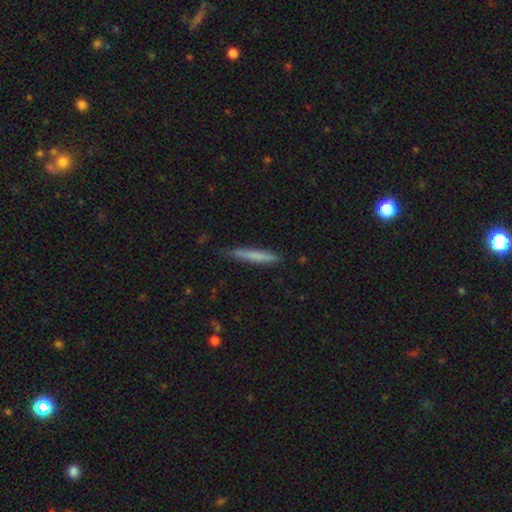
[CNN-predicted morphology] A smooth galaxy with no disk features (70%) that is cigar-shaped (96%). Merging: none (80%).